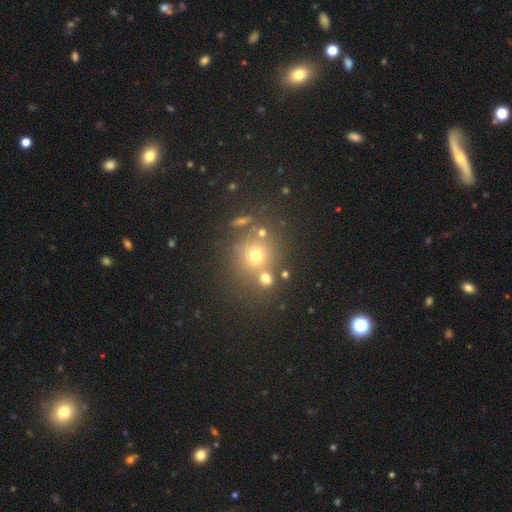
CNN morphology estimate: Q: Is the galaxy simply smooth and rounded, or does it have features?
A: smooth — 62%.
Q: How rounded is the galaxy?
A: round — 87%.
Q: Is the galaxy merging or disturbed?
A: none — 67%.